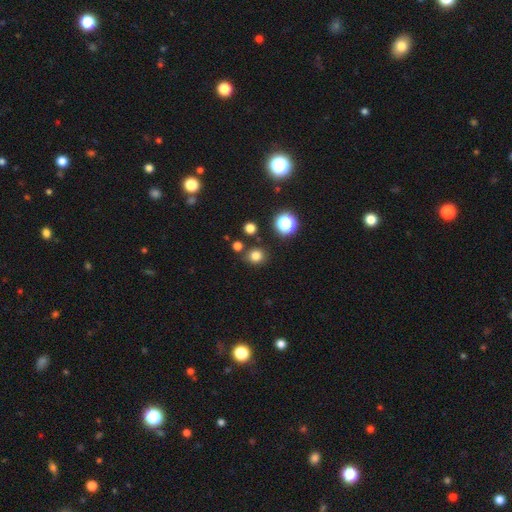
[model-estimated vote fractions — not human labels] Overall: smooth (78%). How rounded: round (84%). Merging: none (81%).